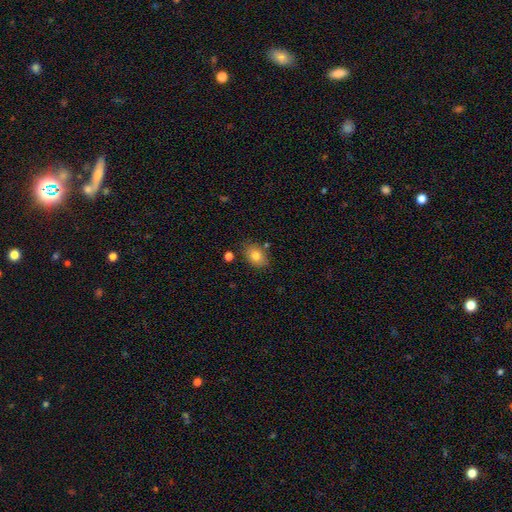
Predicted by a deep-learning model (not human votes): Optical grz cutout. It shows a smooth galaxy with no disk features (81%) that is in between round and cigar-shaped (73%). Merging: none (79%).